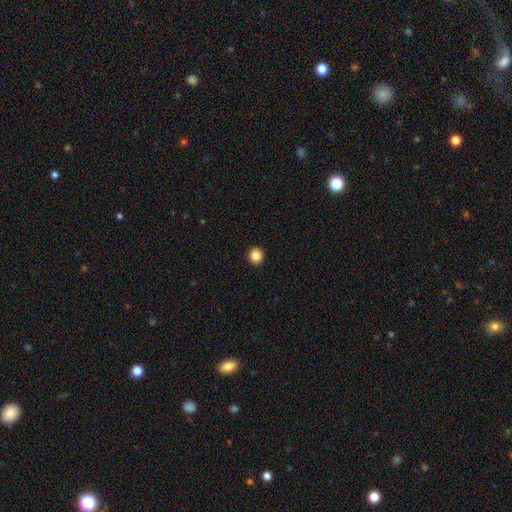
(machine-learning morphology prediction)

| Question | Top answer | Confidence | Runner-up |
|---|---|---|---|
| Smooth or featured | smooth | 85% | star or artifact (10%) |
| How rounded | round | 91% | in between (8%) |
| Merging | none | 93% | minor disturbance (4%) |